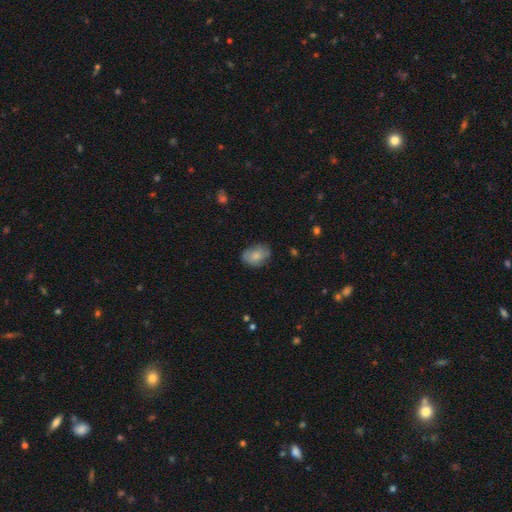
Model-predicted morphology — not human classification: Q: Smooth or featured?
A: smooth (77%); runner-up: featured or disk (16%)
Q: How rounded?
A: in between (82%); runner-up: round (17%)
Q: Merging?
A: none (73%); runner-up: minor disturbance (21%)